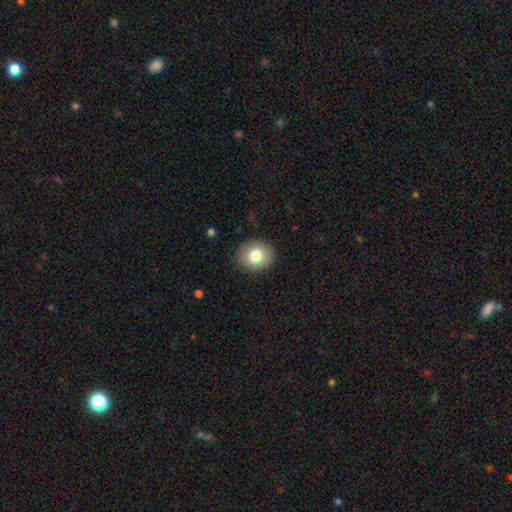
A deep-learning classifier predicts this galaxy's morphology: A smooth galaxy with no disk features (80%) that is round (72%).

Vote fractions:
- Smooth or featured? smooth: 80% / featured or disk: 11% / star or artifact: 9%
- How rounded? round: 72% / in between: 27% / cigar-shaped: 1%
- Merging? none: 89% / minor disturbance: 7% / major disturbance: 2% / merger: 1%